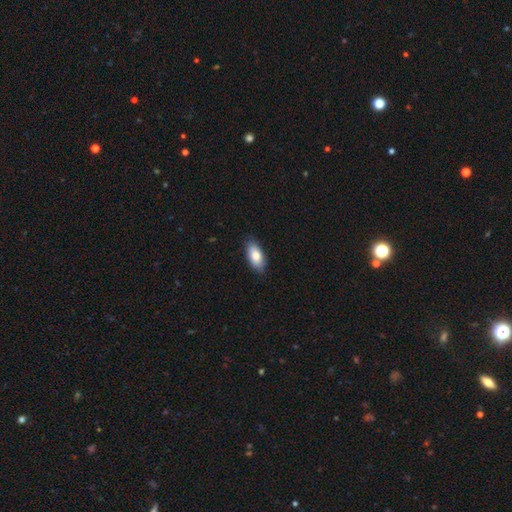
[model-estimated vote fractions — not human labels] smooth-or-featured: smooth: 81% | featured or disk: 12% | star or artifact: 6%
  how-rounded: in between: 89% | cigar-shaped: 8% | round: 3%
  merging: none: 86% | minor disturbance: 11% | major disturbance: 2% | merger: 1%